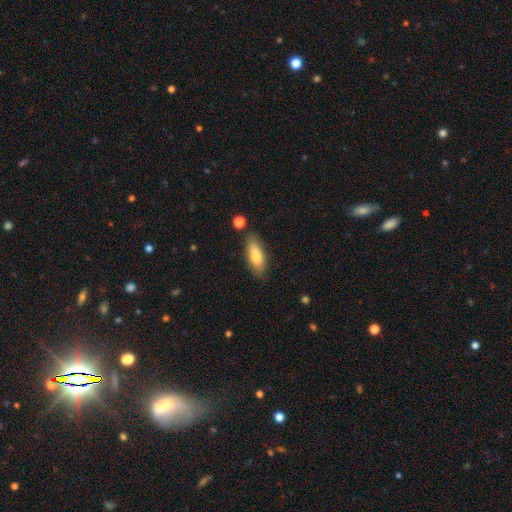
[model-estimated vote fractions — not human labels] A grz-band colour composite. It shows a smooth galaxy with no disk features (79%) that is in between round and cigar-shaped (70%). Merging: none (83%).